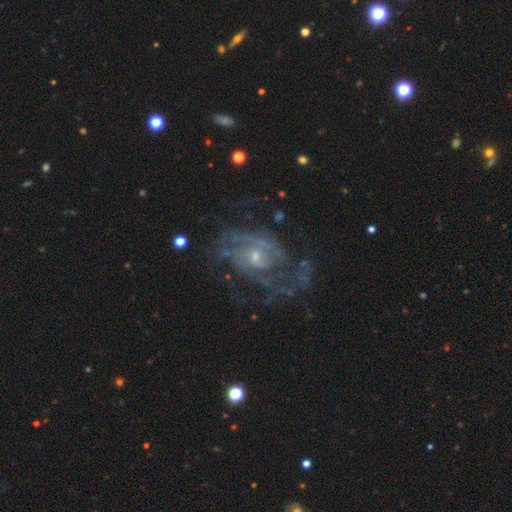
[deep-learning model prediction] Q: Smooth or featured?
A: featured or disk (84%); runner-up: smooth (8%)
Q: Edge-on disk?
A: no (97%); runner-up: yes (3%)
Q: Bar?
A: no (60%); runner-up: weak (35%)
Q: Spiral arms?
A: yes (87%); runner-up: no (13%)
Q: Spiral winding?
A: medium (43%); runner-up: tight (39%)
Q: Spiral arm count?
A: can't tell (34%); runner-up: 2 (33%)
Q: Bulge size?
A: small (60%); runner-up: moderate (34%)
Q: Merging?
A: none (50%); runner-up: major disturbance (27%)